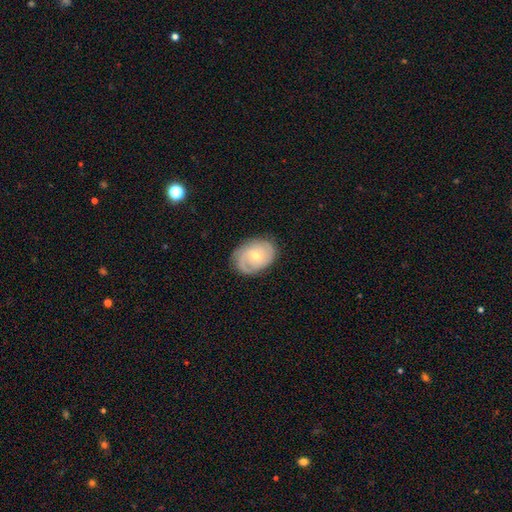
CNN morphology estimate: This appears to be a featured or disk galaxy (70%) with no bar (60%), 2 (36%) tight (62%) spiral arms (88%) and a moderate central bulge (51%). Merging: none (77%).